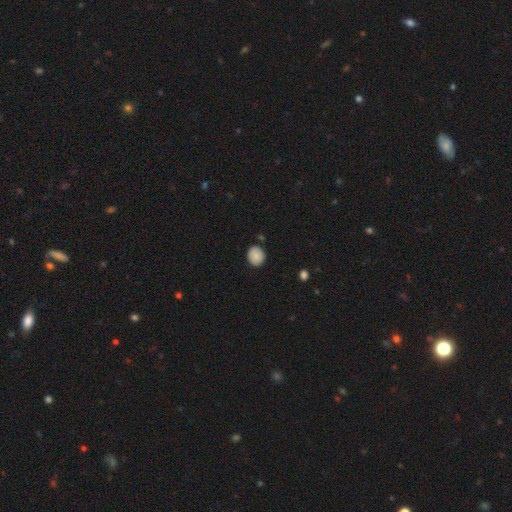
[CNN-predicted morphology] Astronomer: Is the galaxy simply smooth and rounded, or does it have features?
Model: smooth — 85%.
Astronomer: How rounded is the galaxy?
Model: round — 69%.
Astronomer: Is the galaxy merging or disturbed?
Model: none — 83%.